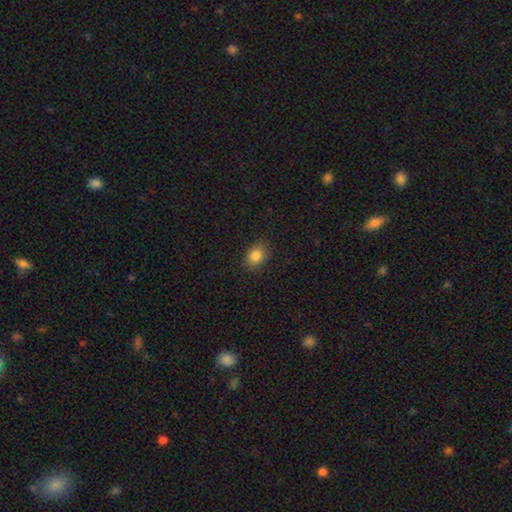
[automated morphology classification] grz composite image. It shows a smooth galaxy with no disk features (86%) that is in between round and cigar-shaped (64%). Merging: none (85%).